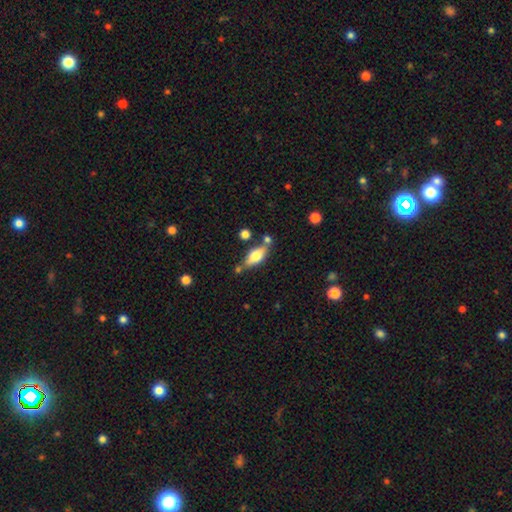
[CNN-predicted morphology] This appears to be a smooth galaxy with no disk features (58%) that is in between round and cigar-shaped (73%). Merging: none (66%).